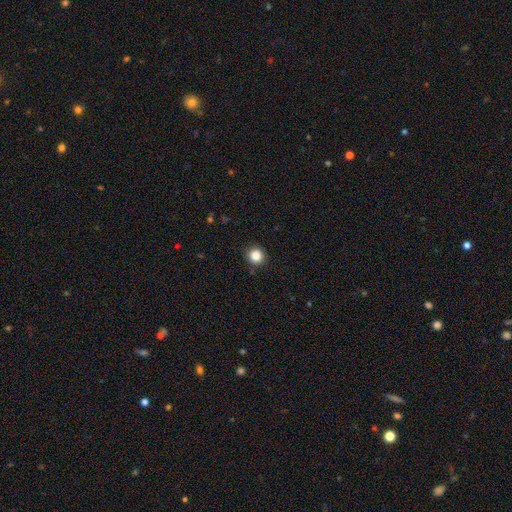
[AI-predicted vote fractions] The model was most divided on "smooth or featured": smooth: 85%, star or artifact: 11%, featured or disk: 3%. More confident: how rounded — round (94%); merging — none (91%).